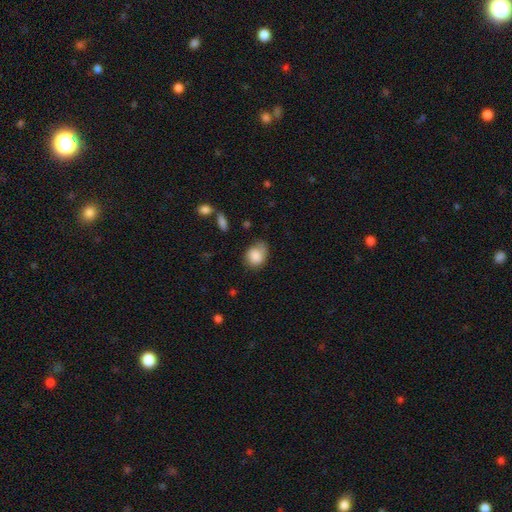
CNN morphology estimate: This is clearly a smooth galaxy (83%). How rounded: possibly in between (50%). Merging: possibly none (53%).